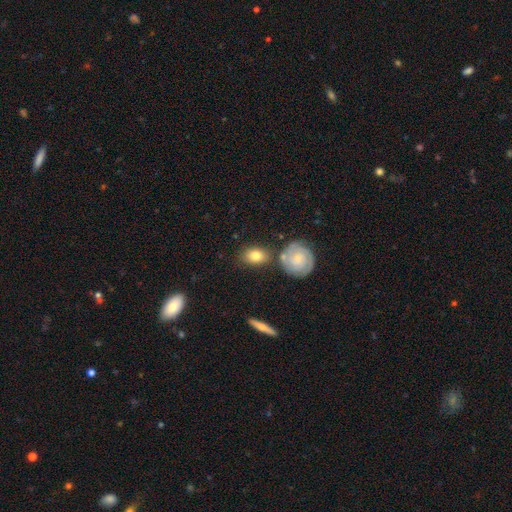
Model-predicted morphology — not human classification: Q: Smooth or featured?
A: smooth (72%); runner-up: featured or disk (22%)
Q: How rounded?
A: in between (72%); runner-up: round (26%)
Q: Merging?
A: none (72%); runner-up: minor disturbance (14%)